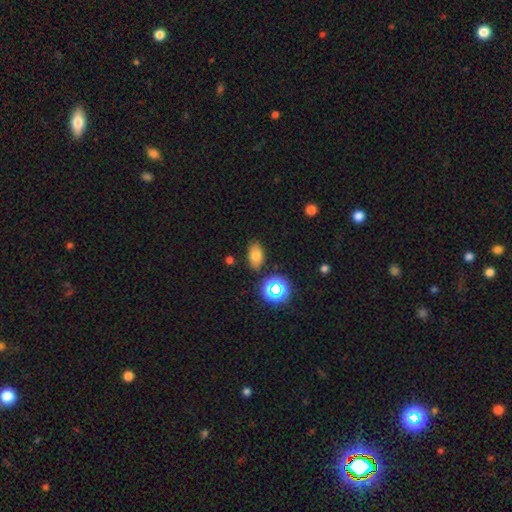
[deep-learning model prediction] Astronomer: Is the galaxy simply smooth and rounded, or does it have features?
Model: smooth — 73%.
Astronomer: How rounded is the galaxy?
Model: in between — 86%.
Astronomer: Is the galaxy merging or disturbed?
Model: none — 82%.